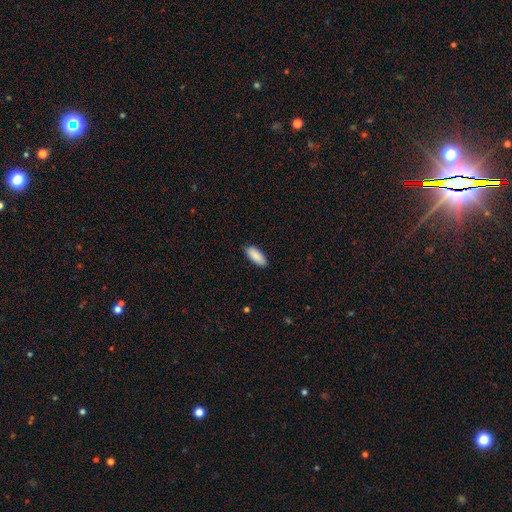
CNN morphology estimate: Smooth or featured? smooth (90%)
How rounded? in between (84%)
Merging? none (86%)